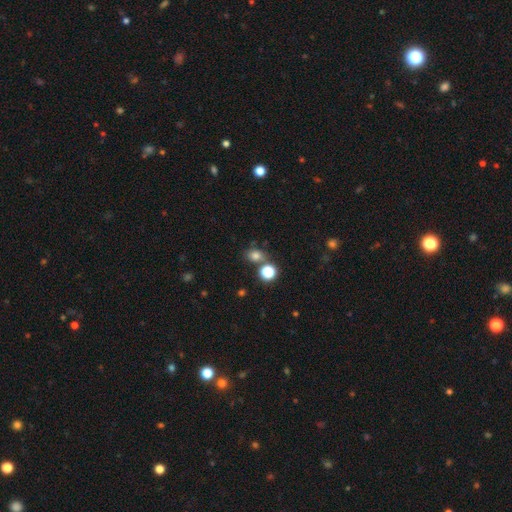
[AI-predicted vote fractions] Smooth or featured? Predicted: smooth (p=0.74). How rounded? Predicted: round (p=0.54). Merging? Predicted: none (p=0.69).